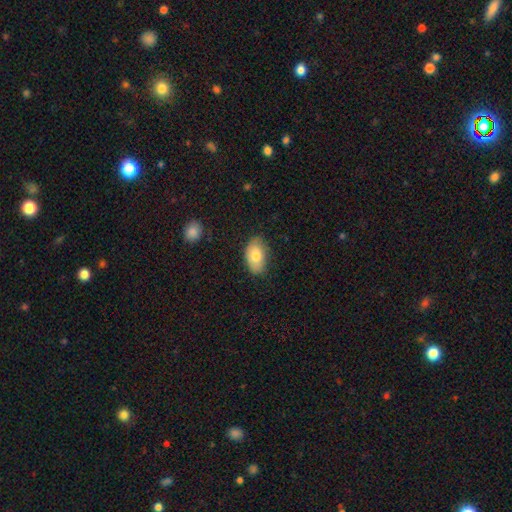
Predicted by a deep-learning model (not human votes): Smooth or featured? smooth (78%)
How rounded? in between (92%)
Merging? none (76%)